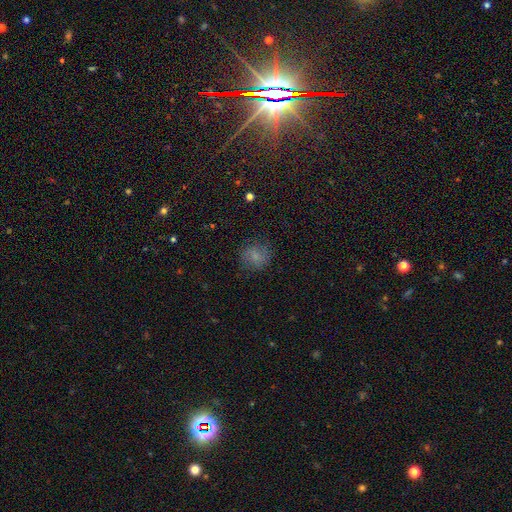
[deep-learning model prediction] Smooth or featured: smooth — 70% (featured or disk — 17%)
How rounded: round — 81% (in between — 18%)
Merging: none — 76% (minor disturbance — 17%)